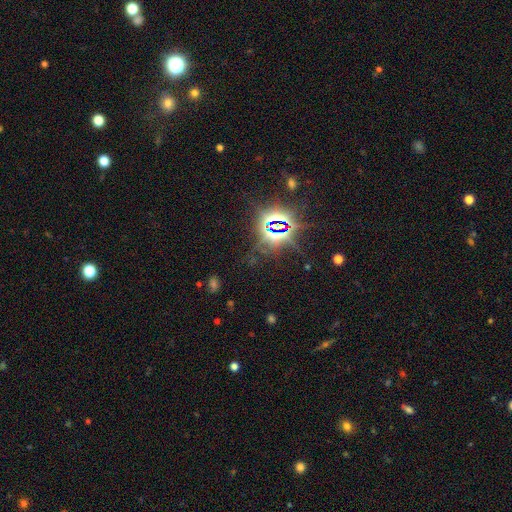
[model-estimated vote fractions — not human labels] Smooth or featured: star or artifact — 83% (smooth — 10%)